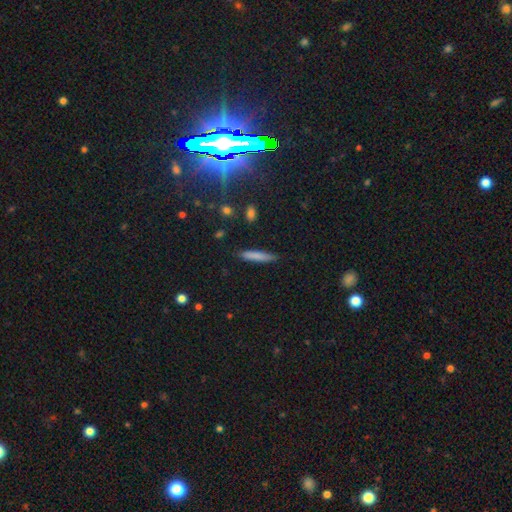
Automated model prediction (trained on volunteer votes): smooth 79%, featured or disk 14%, star or artifact 7%. Down the decision tree: how rounded — cigar-shaped (89%); merging — none (85%).